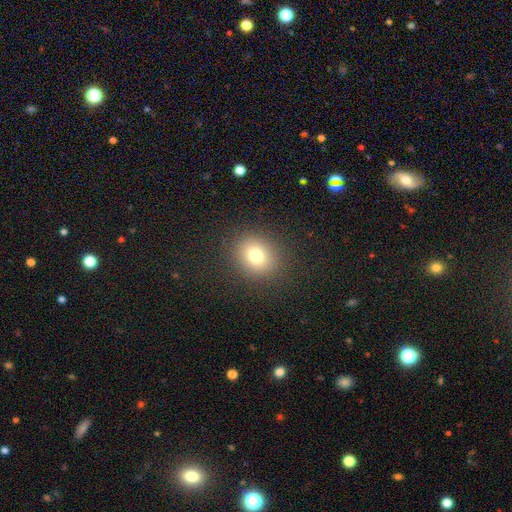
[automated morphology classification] Smooth or featured?
  - smooth: 75% *
  - star or artifact: 15%
  - featured or disk: 9%
How rounded?
  - round: 76% *
  - in between: 23%
  - cigar-shaped: 1%
Merging?
  - none: 89% *
  - minor disturbance: 7%
  - major disturbance: 3%
  - merger: 1%